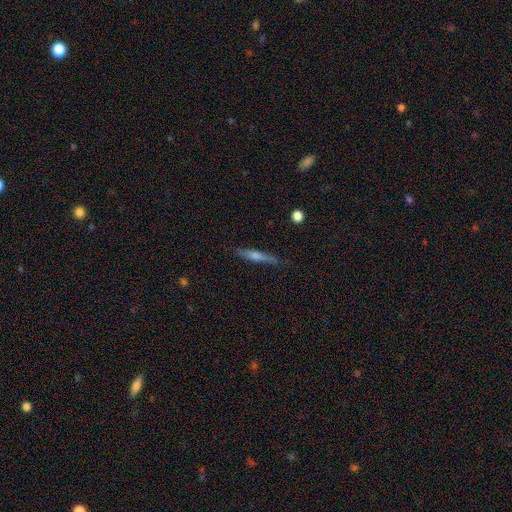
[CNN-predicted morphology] featured or disk 62%, smooth 31%, star or artifact 8%. Down the decision tree: edge-on disk — yes (96%); edge-on bulge — rounded (77%); merging — none (86%).